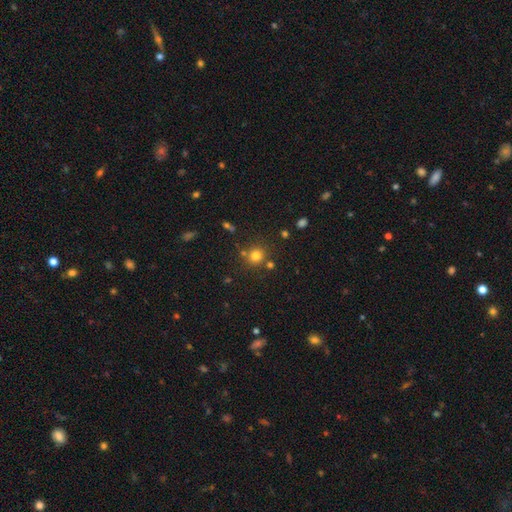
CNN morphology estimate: A smooth galaxy with no disk features (77%) that is round (89%).

Vote fractions:
- Smooth or featured? smooth: 77% / star or artifact: 16% / featured or disk: 7%
- How rounded? round: 89% / in between: 10% / cigar-shaped: 1%
- Merging? none: 75% / merger: 12% / minor disturbance: 10% / major disturbance: 4%